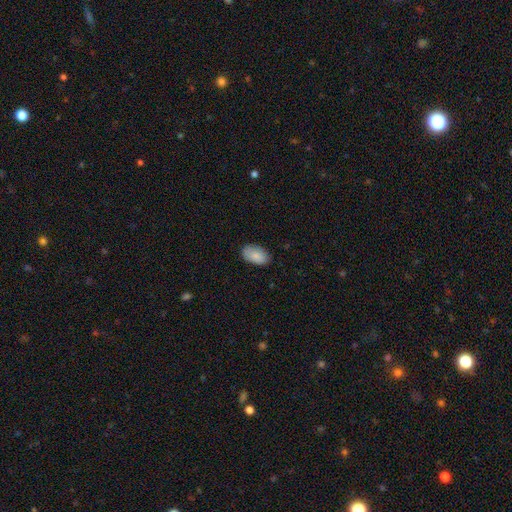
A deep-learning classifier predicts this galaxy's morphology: Smooth or featured? Predicted: smooth (p=0.87). How rounded? Predicted: in between (p=0.93). Merging? Predicted: none (p=0.82).